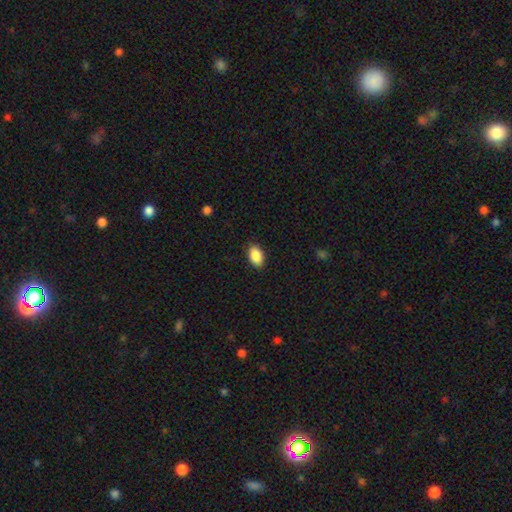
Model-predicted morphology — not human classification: smooth-or-featured: smooth: 89% | star or artifact: 7% | featured or disk: 4%
  how-rounded: in between: 91% | round: 8% | cigar-shaped: 1%
  merging: none: 88% | minor disturbance: 9% | major disturbance: 2% | merger: 1%